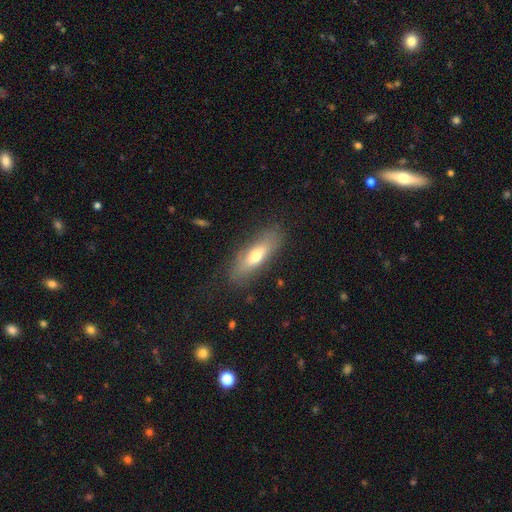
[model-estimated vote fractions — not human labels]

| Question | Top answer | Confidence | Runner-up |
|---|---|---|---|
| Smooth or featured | smooth | 65% | featured or disk (29%) |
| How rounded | in between | 51% | cigar-shaped (46%) |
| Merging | none | 80% | minor disturbance (14%) |